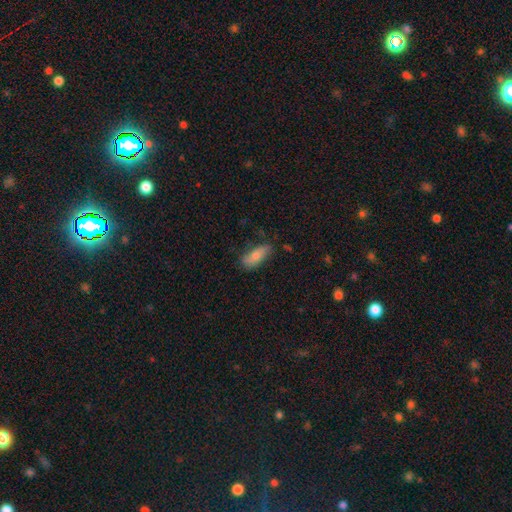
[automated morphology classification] Smooth or featured: smooth — 75% (featured or disk — 18%)
How rounded: in between — 76% (cigar-shaped — 21%)
Merging: none — 67% (minor disturbance — 26%)